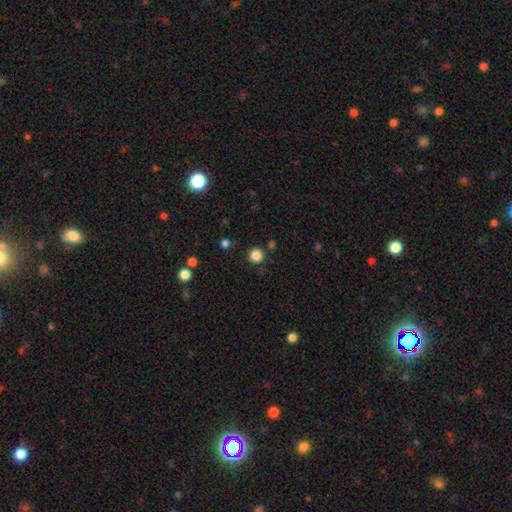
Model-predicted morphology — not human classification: smooth-or-featured: smooth: 84% | star or artifact: 13% | featured or disk: 3%
  how-rounded: round: 95% | in between: 4% | cigar-shaped: 1%
  merging: none: 87% | minor disturbance: 7% | merger: 3% | major disturbance: 3%